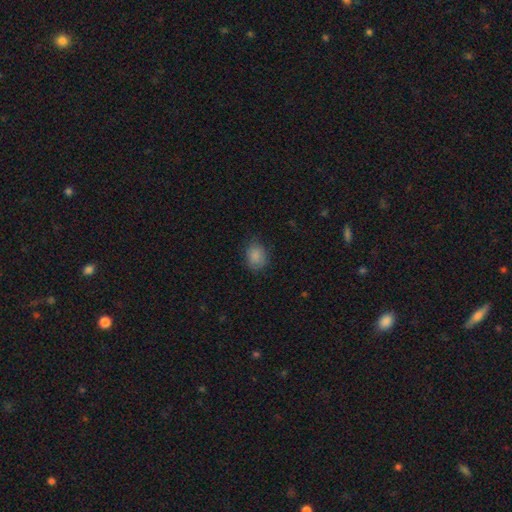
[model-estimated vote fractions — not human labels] Smooth or featured: smooth — 86% (star or artifact — 9%)
How rounded: in between — 59% (round — 40%)
Merging: none — 78% (minor disturbance — 17%)